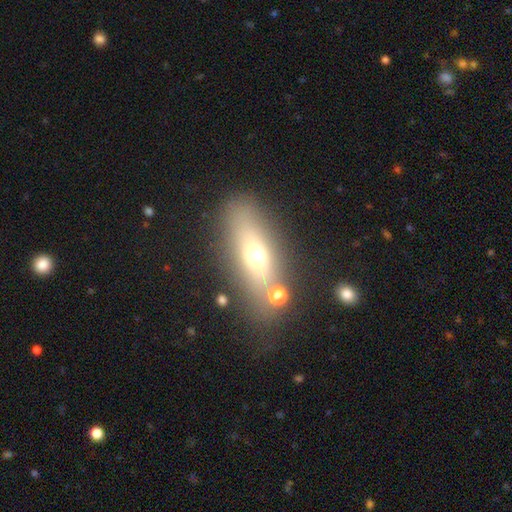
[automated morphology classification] The model was most divided on "how rounded": in between: 57%, cigar-shaped: 37%, round: 6%. More confident: merging — none (72%); smooth or featured — smooth (55%).